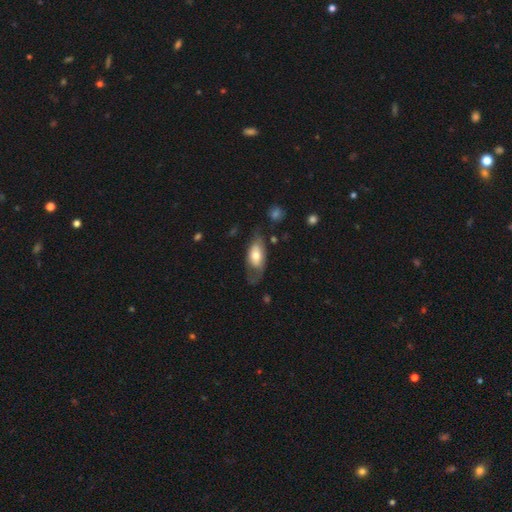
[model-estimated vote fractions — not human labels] A smooth galaxy with no disk features (55%) that is in between round and cigar-shaped (87%). Merging: none (49%).